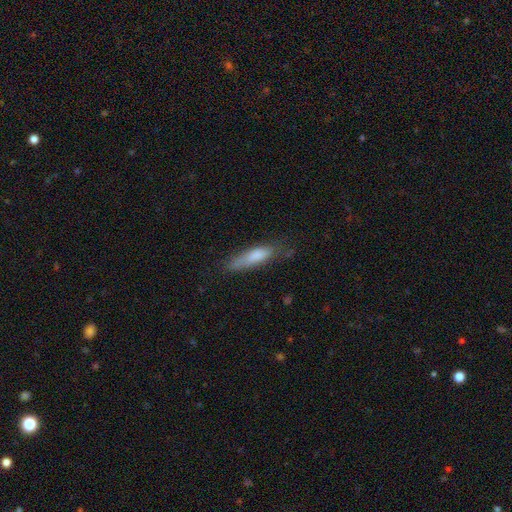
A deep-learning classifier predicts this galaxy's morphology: This is likely a smooth galaxy (77%). How rounded: likely cigar-shaped (71%). Merging: likely none (62%).